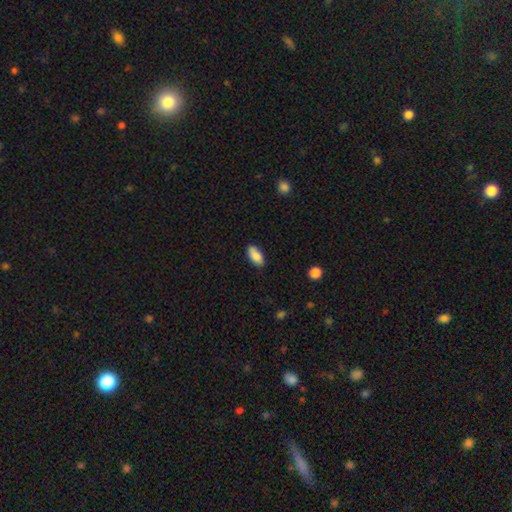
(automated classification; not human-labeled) The model was most divided on "merging": none: 80%, minor disturbance: 16%, major disturbance: 3%, merger: 2%. More confident: how rounded — in between (88%); smooth or featured — smooth (86%).